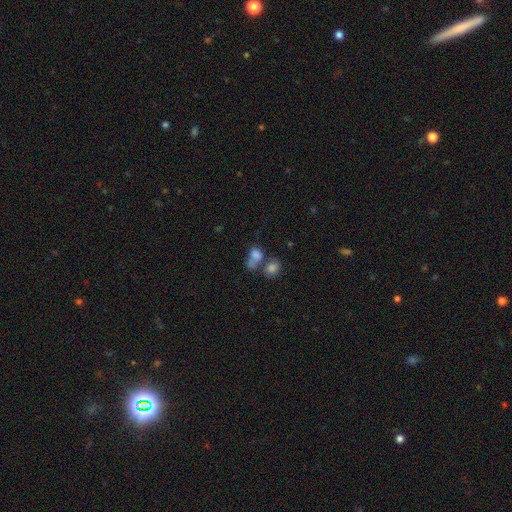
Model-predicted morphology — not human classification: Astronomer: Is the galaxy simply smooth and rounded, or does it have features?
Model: smooth — 76%.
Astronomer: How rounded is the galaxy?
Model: in between — 58% (runner-up: round, 40%).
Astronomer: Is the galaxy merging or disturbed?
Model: merger — 53%.